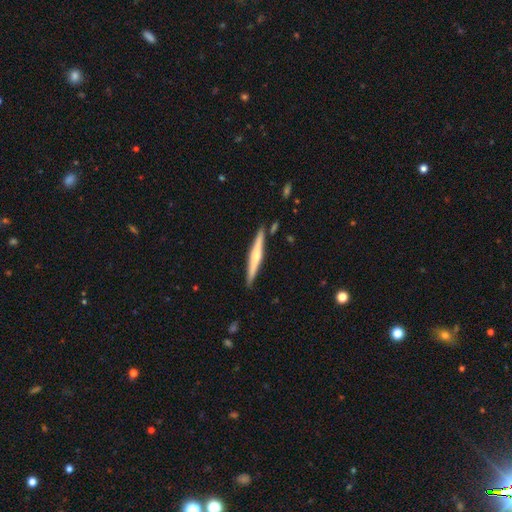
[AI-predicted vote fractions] Overall: featured or disk (60%; smooth 35%). Edge-on disk: yes (98%). Edge-on bulge: rounded (67%). Merging: none (89%).